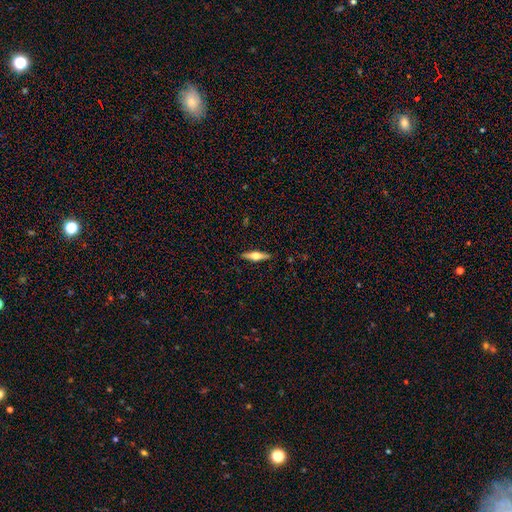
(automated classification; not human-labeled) Overall: featured or disk (58%; smooth 36%). Edge-on disk: yes (95%). Edge-on bulge: rounded (95%). Merging: none (90%).